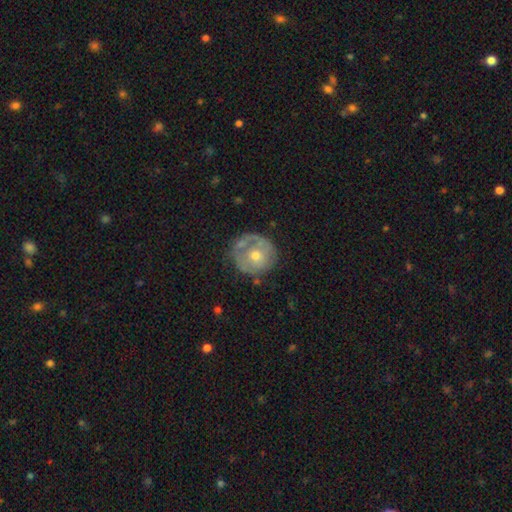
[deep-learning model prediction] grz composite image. It shows a featured or disk galaxy (55%) with no bar (85%), no spiral arms (59%) and a moderate central bulge (64%). Merging: none (60%).